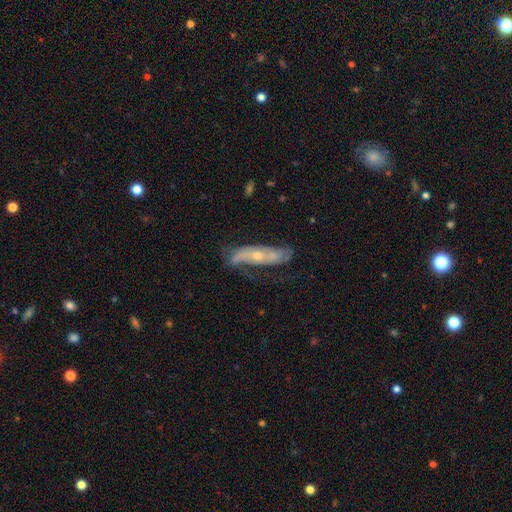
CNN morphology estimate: The model was most divided on "bulge size": small: 58%, moderate: 39%, large: 1%, none: 1%, dominant: 1%. More confident: spiral arms — yes (84%); edge-on disk — no (72%); smooth or featured — featured or disk (72%); bar — no (69%); merging — none (64%).